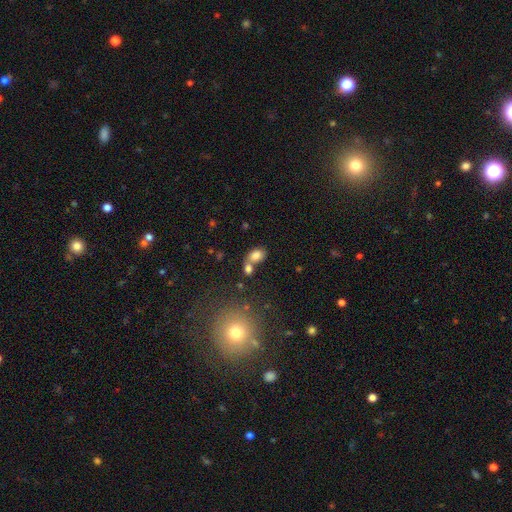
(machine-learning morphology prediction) smooth 80%, star or artifact 11%, featured or disk 9%. Down the decision tree: how rounded — in between (74%); merging — merger (44%).